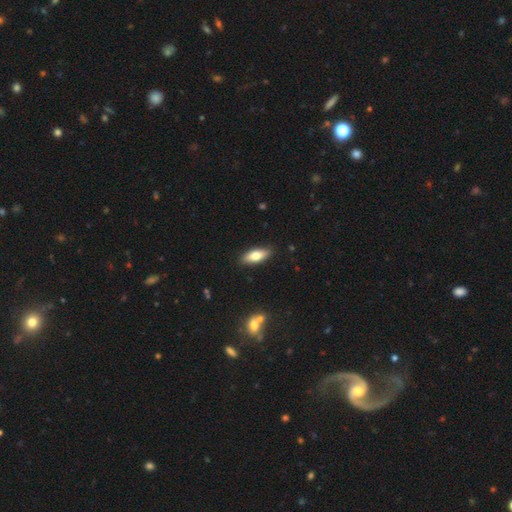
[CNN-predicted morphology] This appears to be a smooth galaxy with no disk features (72%) that is in between round and cigar-shaped (72%). Merging: none (88%).